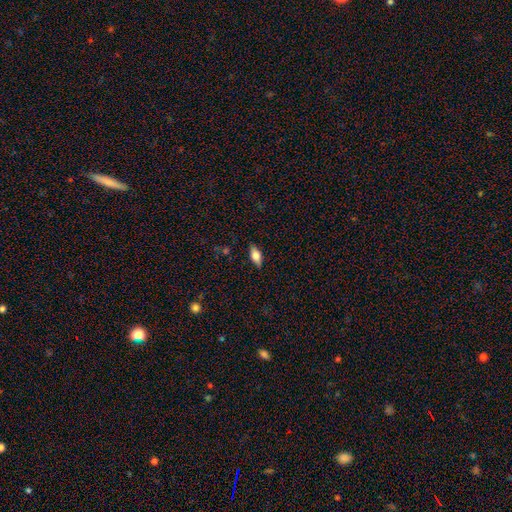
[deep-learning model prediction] A smooth galaxy with no disk features (70%) that is in between round and cigar-shaped (84%).

Vote fractions:
- Smooth or featured? smooth: 70% / featured or disk: 23% / star or artifact: 7%
- How rounded? in between: 84% / cigar-shaped: 13% / round: 3%
- Merging? none: 86% / minor disturbance: 11% / major disturbance: 2% / merger: 1%